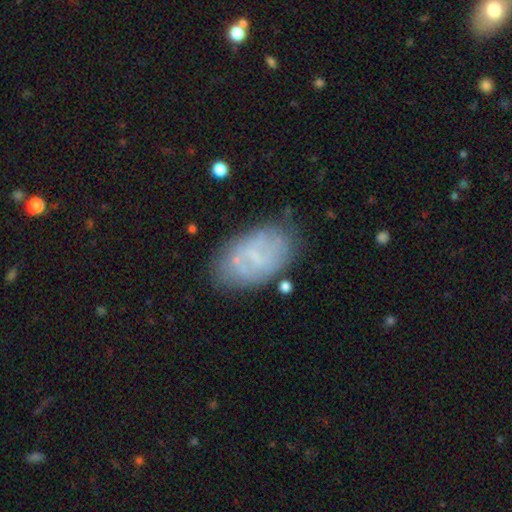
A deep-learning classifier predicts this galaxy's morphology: This appears to be a featured or disk galaxy (50%). Merging: none (66%).